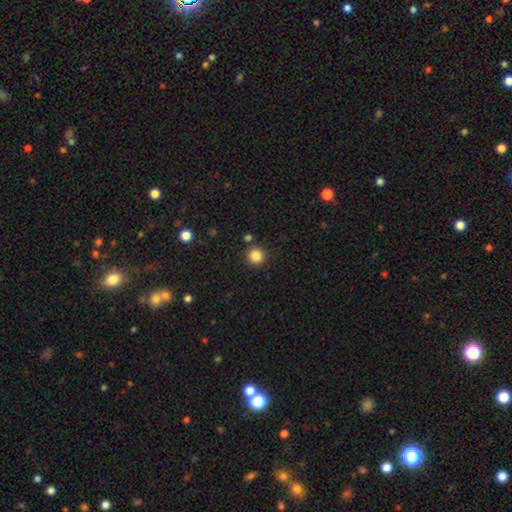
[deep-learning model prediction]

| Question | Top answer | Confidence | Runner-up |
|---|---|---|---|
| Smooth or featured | smooth | 85% | star or artifact (11%) |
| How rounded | round | 94% | in between (5%) |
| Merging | none | 87% | minor disturbance (6%) |